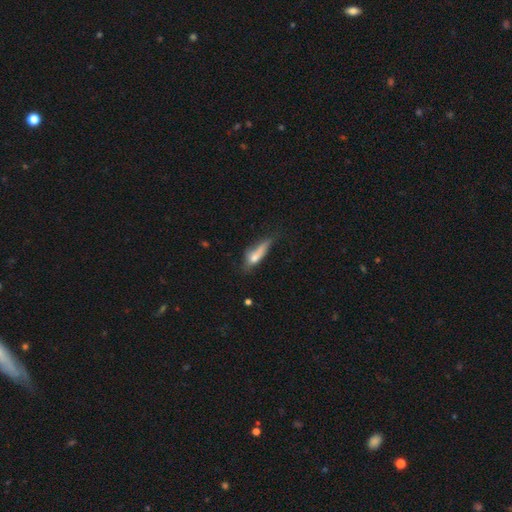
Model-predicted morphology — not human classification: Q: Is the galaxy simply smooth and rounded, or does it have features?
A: smooth — 64%.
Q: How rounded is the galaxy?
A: cigar-shaped — 51%.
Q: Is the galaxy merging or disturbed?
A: none — 32%.